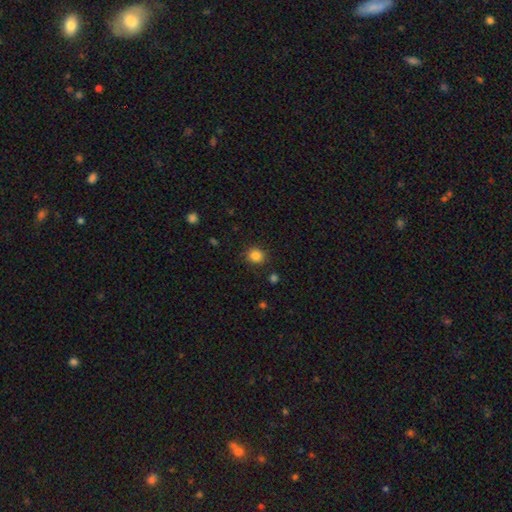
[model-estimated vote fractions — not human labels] Morphology: type=smooth (85%); roundness=round (85%); merging=none (86%).